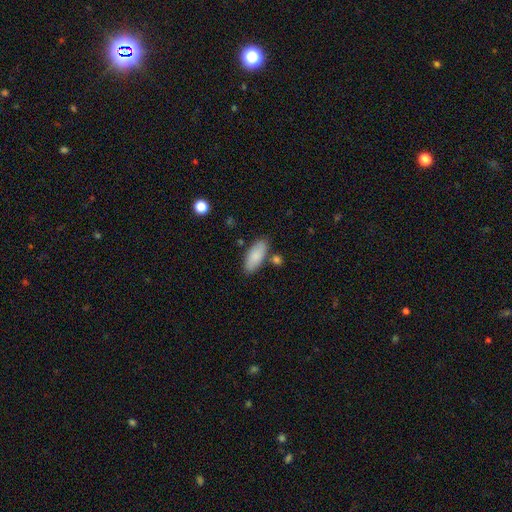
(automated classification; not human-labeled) The model was most divided on "how rounded": in between: 81%, cigar-shaped: 17%, round: 2%. More confident: smooth or featured — smooth (85%); merging — none (79%).